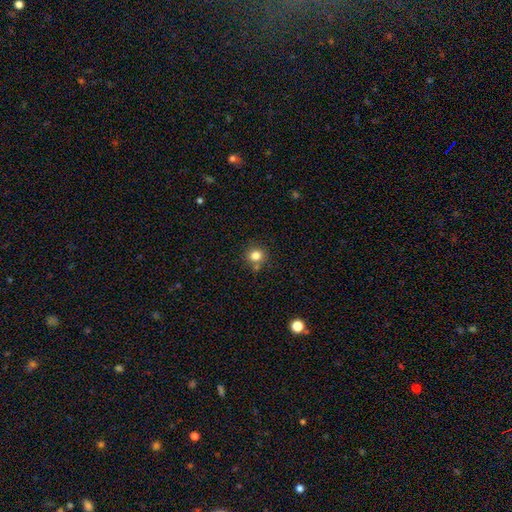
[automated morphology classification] smooth 82%, star or artifact 12%, featured or disk 6%. Down the decision tree: how rounded — round (82%); merging — none (76%).